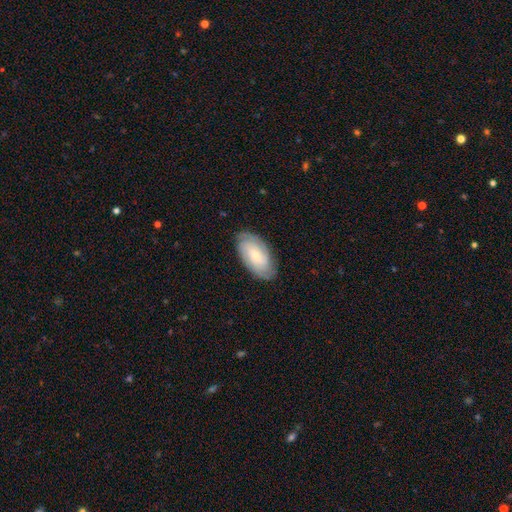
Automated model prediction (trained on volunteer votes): smooth_or_featured: featured or disk (p=0.61) [alt: smooth p=0.32]
disk_edge_on: no (p=0.94) [alt: yes p=0.06]
bar: no (p=0.57) [alt: weak p=0.35]
has_spiral_arms: yes (p=0.92) [alt: no p=0.08]
spiral_winding: tight (p=0.66) [alt: medium p=0.27]
spiral_arm_count: can't tell (p=0.36) [alt: 2 p=0.30]
bulge_size: small (p=0.62) [alt: moderate p=0.29]
merging: none (p=0.82) [alt: minor disturbance p=0.14]